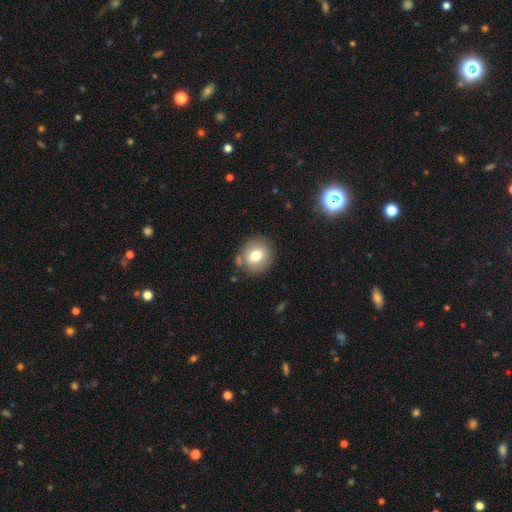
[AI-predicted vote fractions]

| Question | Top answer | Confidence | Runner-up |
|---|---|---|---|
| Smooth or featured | smooth | 75% | featured or disk (15%) |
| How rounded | round | 77% | in between (22%) |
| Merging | none | 78% | minor disturbance (13%) |